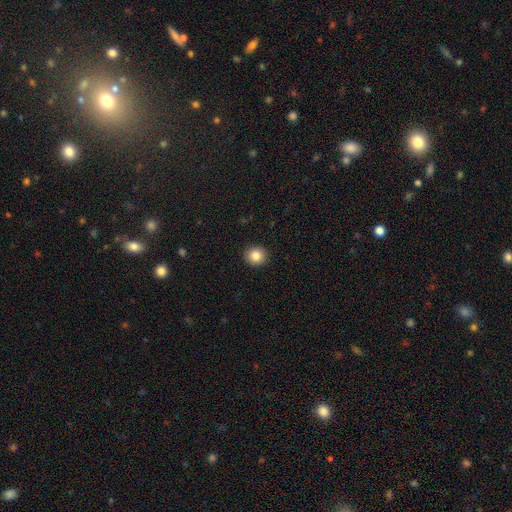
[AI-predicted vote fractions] The model was most divided on "smooth or featured": smooth: 85%, star or artifact: 10%, featured or disk: 6%. More confident: merging — none (93%); how rounded — round (91%).